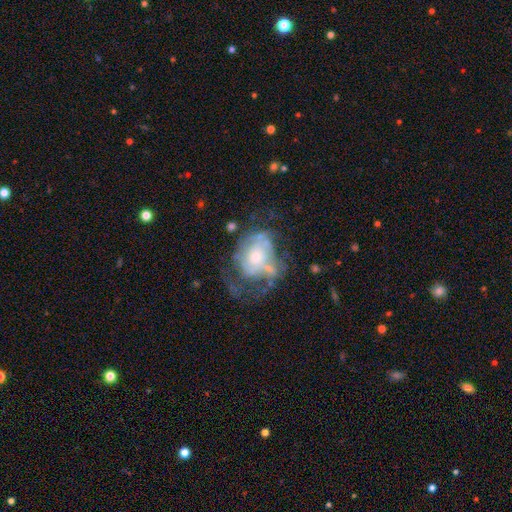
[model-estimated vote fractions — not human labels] This is likely a featured or disk galaxy (68%). It is clearly not viewed edge-on (97%). Bar: clearly no (80%). Spiral arm pattern: possibly yes (56%). Central bulge: possibly small (45%). Merging: marginally none (36%).